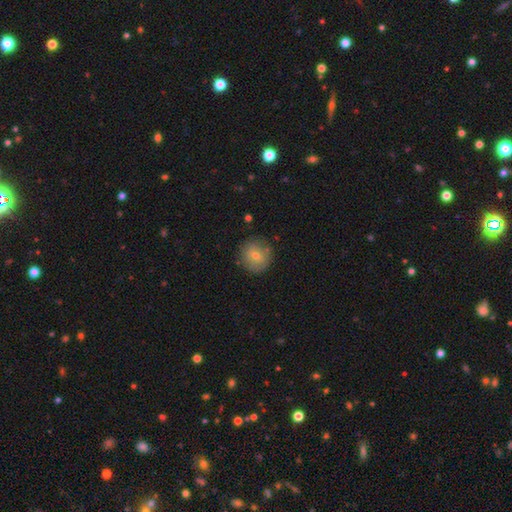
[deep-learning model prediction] This appears to be a smooth galaxy with no disk features (68%) that is round (91%). Merging: none (84%).